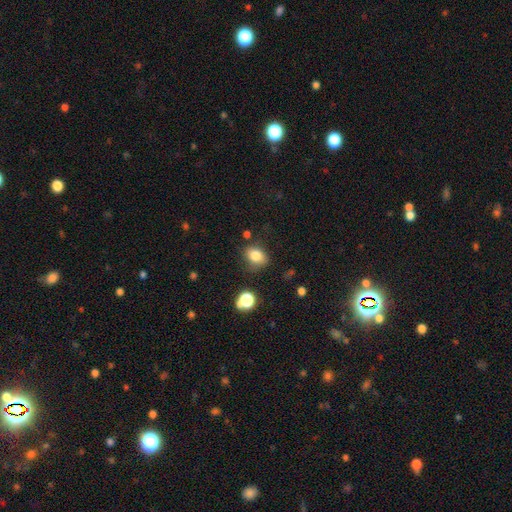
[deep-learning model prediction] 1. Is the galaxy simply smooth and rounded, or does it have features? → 80% smooth, 12% star or artifact, 8% featured or disk.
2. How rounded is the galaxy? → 62% in between, 37% round, 1% cigar-shaped.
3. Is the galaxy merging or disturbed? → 72% none, 19% minor disturbance, 5% major disturbance, 4% merger.